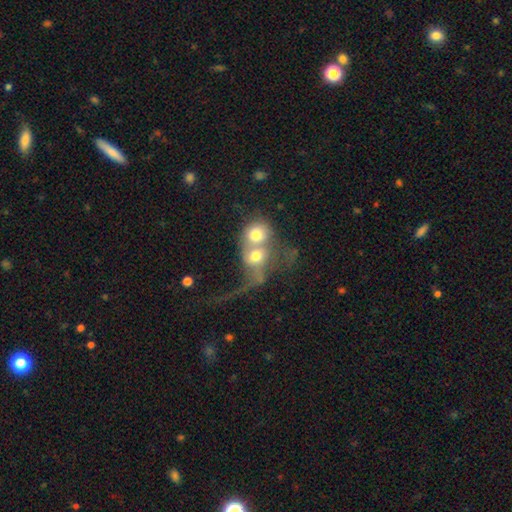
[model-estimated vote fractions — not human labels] This is possibly a smooth galaxy (52%). How rounded: likely round (66%). Merging: likely merger (79%).